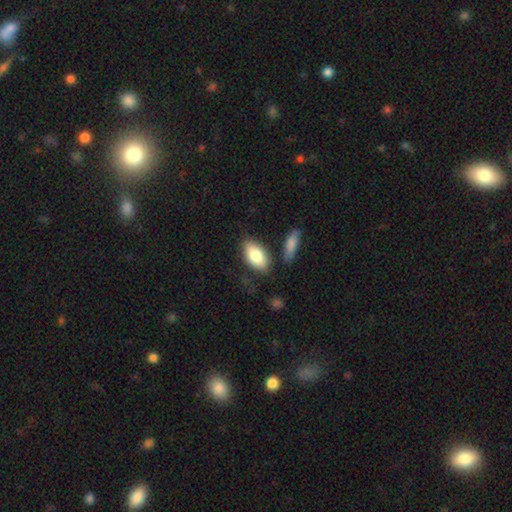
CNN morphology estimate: Smooth or featured? smooth (82%)
How rounded? in between (91%)
Merging? none (72%)